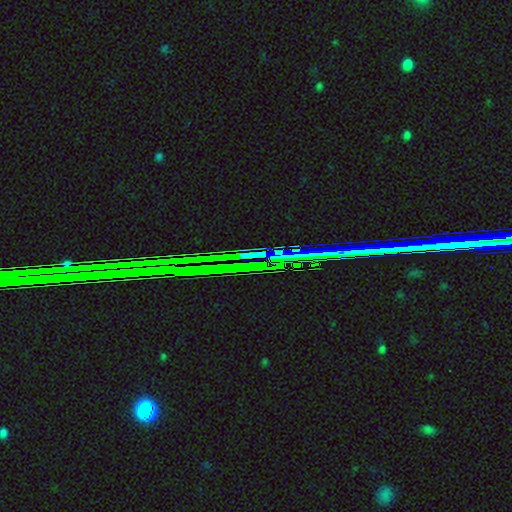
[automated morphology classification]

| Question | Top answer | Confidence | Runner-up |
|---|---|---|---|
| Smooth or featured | star or artifact | 83% | featured or disk (9%) |